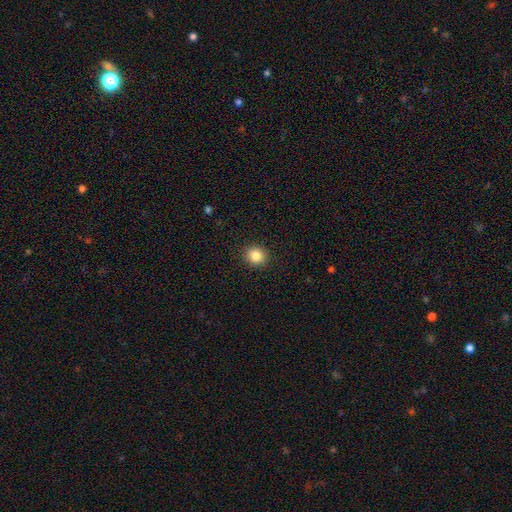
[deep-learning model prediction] Smooth or featured? smooth (85%)
How rounded? round (83%)
Merging? none (91%)